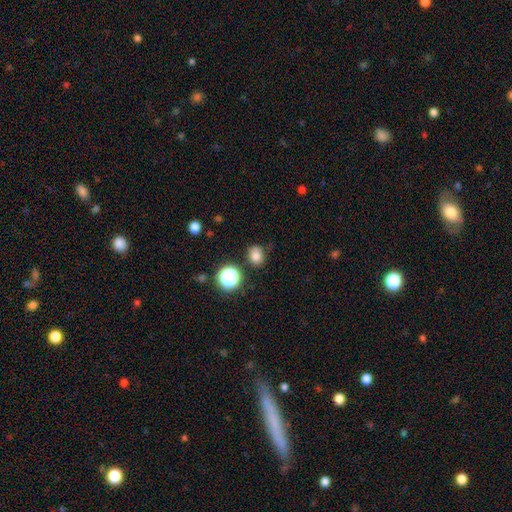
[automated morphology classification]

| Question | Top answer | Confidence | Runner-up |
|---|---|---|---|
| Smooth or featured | smooth | 79% | star or artifact (15%) |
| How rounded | round | 62% | in between (37%) |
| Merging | none | 76% | minor disturbance (16%) |